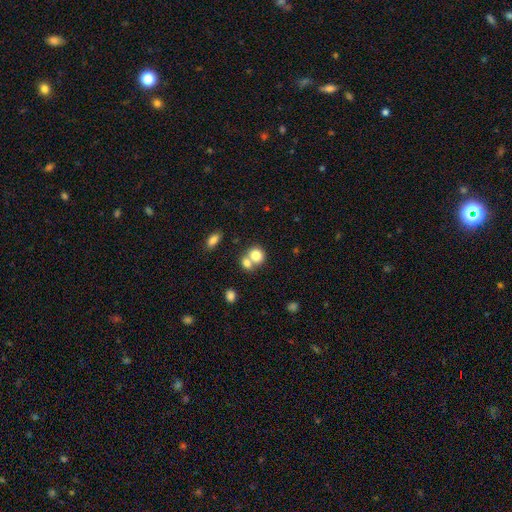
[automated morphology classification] Smooth or featured? smooth (80%)
How rounded? round (72%)
Merging? merger (52%)